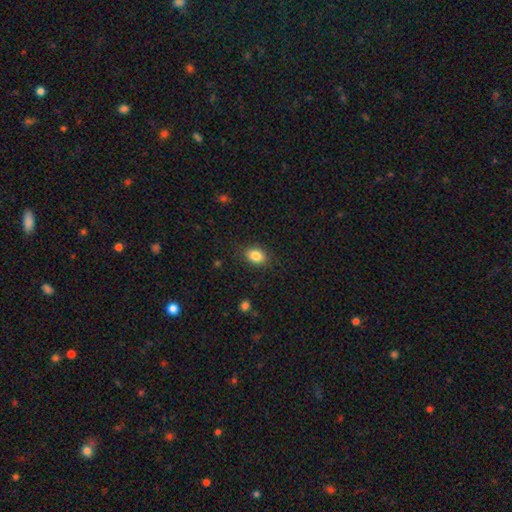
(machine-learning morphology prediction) Overall: smooth (85%). How rounded: in between (75%). Merging: none (85%).